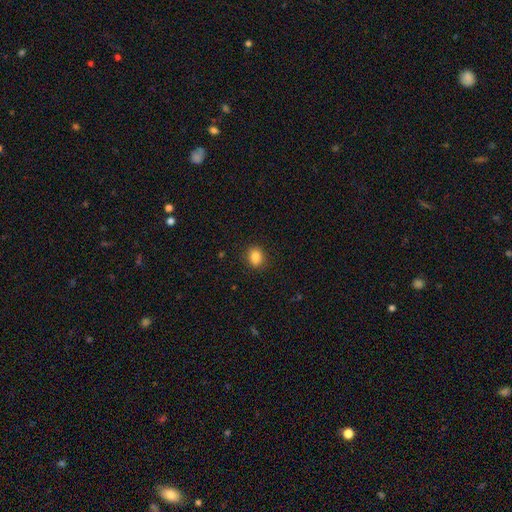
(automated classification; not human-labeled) Morphology: type=smooth (85%); roundness=round (54%); merging=none (88%).